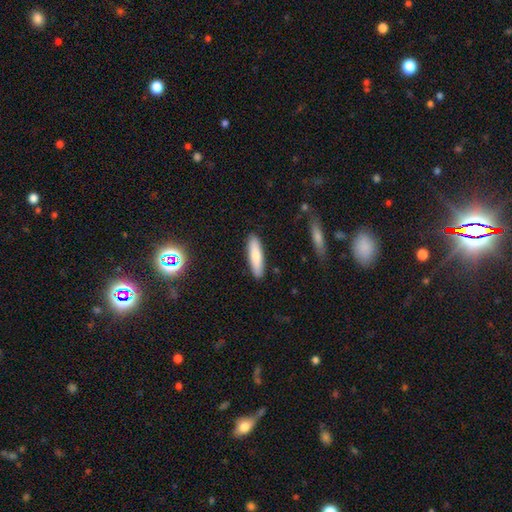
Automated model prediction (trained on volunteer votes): Morphology: type=smooth (78%); roundness=cigar-shaped (65%); merging=none (89%).